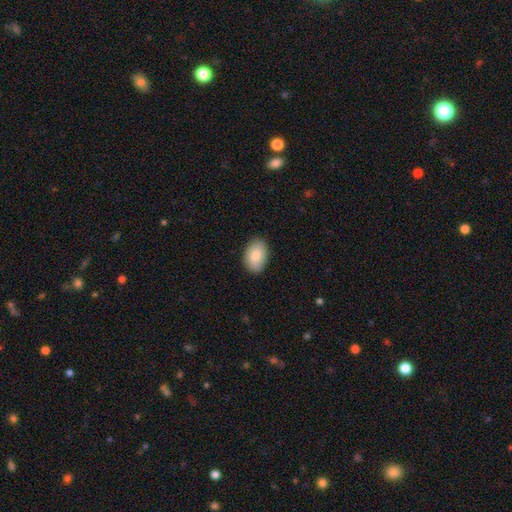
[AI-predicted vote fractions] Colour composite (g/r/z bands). It shows a smooth galaxy with no disk features (83%) that is in between round and cigar-shaped (88%). Merging: none (88%).